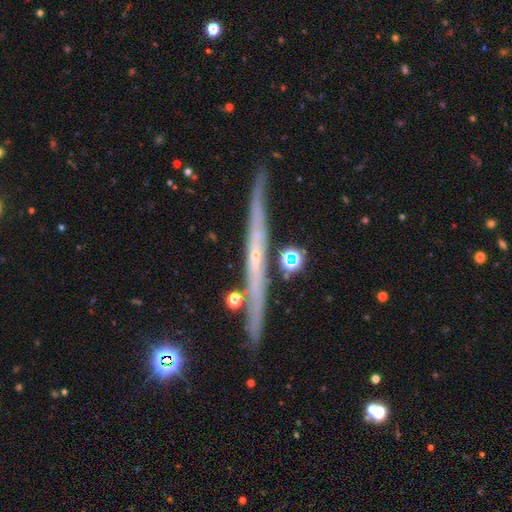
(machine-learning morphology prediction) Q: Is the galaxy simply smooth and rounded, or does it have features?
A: featured or disk — 75%.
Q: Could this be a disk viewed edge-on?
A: yes — 96%.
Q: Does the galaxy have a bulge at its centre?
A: none — 60%.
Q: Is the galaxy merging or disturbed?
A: none — 84%.